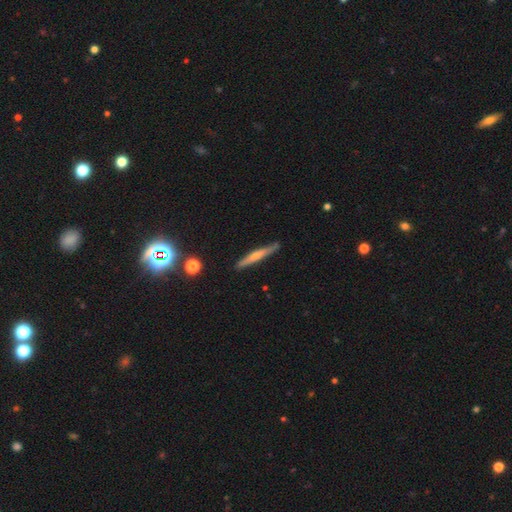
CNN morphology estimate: featured or disk 57%, smooth 35%, star or artifact 8%. Down the decision tree: edge-on disk — yes (96%); edge-on bulge — rounded (66%); merging — none (88%).